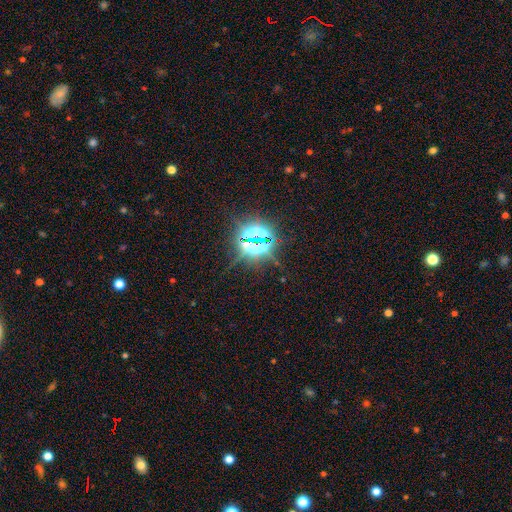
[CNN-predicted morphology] The model was most divided on "smooth or featured": star or artifact: 83%, smooth: 10%, featured or disk: 7%.